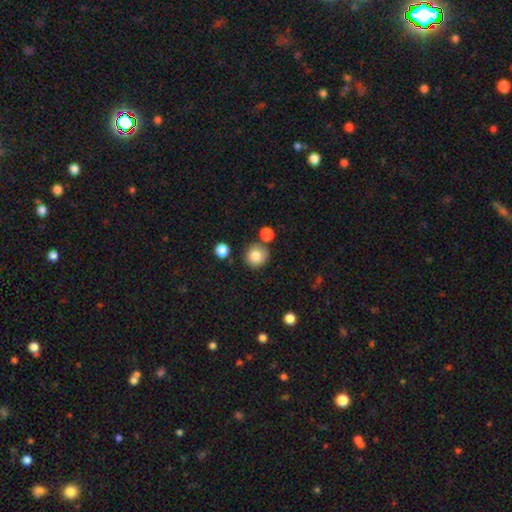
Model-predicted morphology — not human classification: Smooth or featured? smooth (84%)
How rounded? round (91%)
Merging? none (77%)